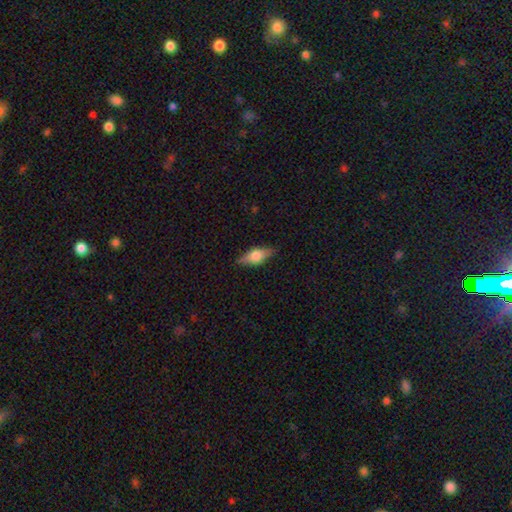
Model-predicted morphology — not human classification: type=smooth (52%); roundness=in between (73%); merging=none (83%).